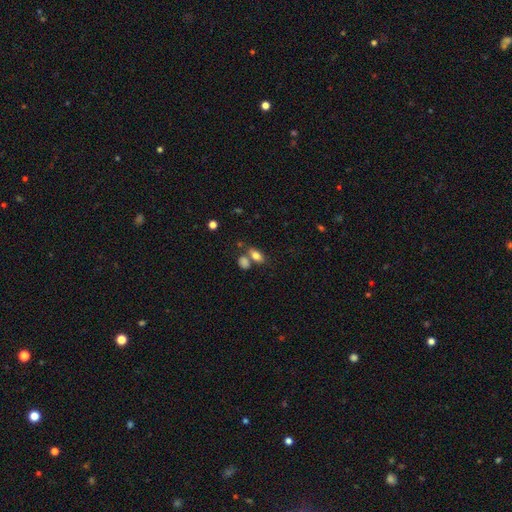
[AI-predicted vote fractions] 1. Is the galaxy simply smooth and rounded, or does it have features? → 79% smooth, 11% featured or disk, 10% star or artifact.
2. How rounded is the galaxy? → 85% in between, 11% round, 5% cigar-shaped.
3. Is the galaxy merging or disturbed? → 52% none, 31% merger, 12% minor disturbance, 5% major disturbance.